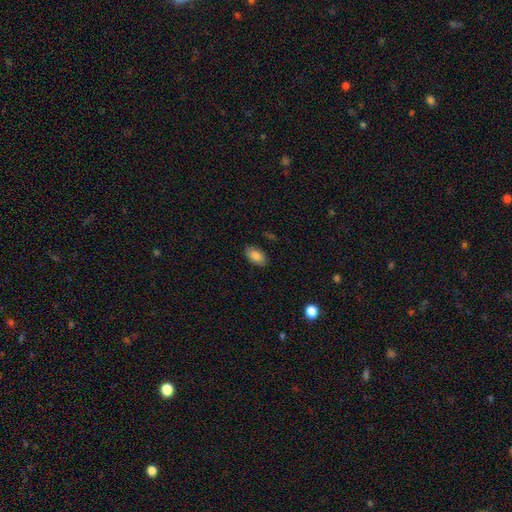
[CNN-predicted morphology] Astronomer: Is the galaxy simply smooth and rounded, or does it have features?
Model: smooth — 84%.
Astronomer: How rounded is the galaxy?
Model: in between — 94%.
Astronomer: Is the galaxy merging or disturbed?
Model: none — 87%.